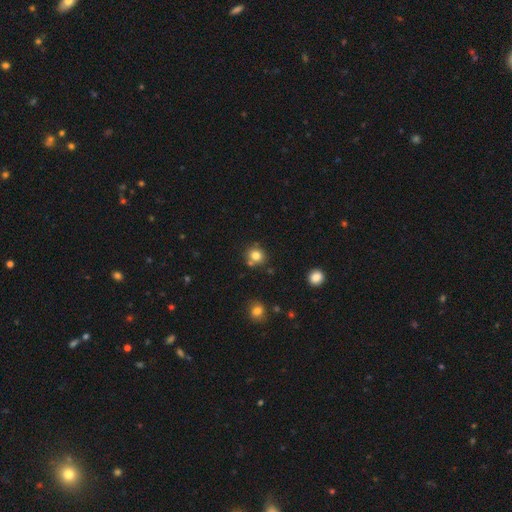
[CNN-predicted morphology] Smooth or featured?
  - smooth: 80% *
  - star or artifact: 13%
  - featured or disk: 7%
How rounded?
  - round: 86% *
  - in between: 13%
  - cigar-shaped: 1%
Merging?
  - none: 73% *
  - merger: 14%
  - minor disturbance: 11%
  - major disturbance: 3%